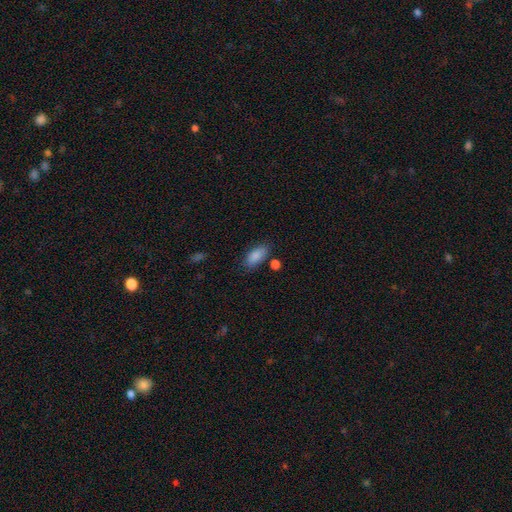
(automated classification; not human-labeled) Smooth or featured?
  - smooth: 87% *
  - star or artifact: 7%
  - featured or disk: 6%
How rounded?
  - in between: 87% *
  - cigar-shaped: 10%
  - round: 3%
Merging?
  - none: 77% *
  - minor disturbance: 14%
  - merger: 5%
  - major disturbance: 4%